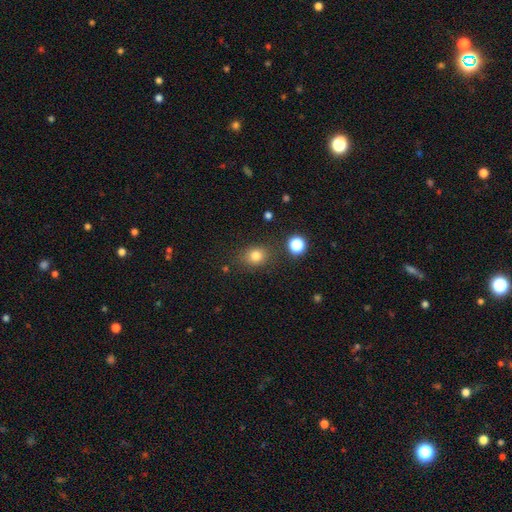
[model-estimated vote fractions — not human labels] smooth 80%, star or artifact 14%, featured or disk 7%. Down the decision tree: how rounded — round (59%); merging — none (80%).